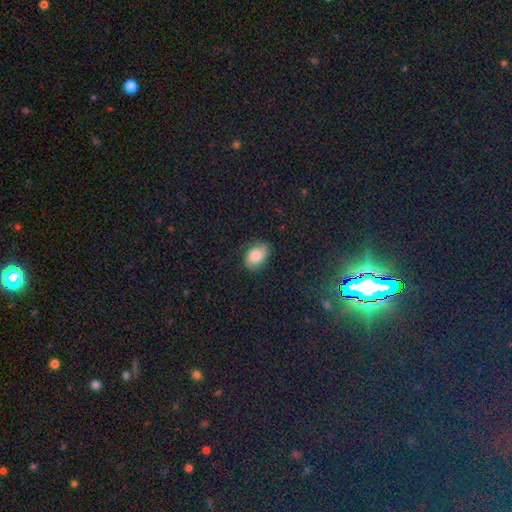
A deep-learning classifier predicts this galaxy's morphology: Smooth or featured? Predicted: smooth (p=0.62). How rounded? Predicted: in between (p=0.81). Merging? Predicted: none (p=0.68).